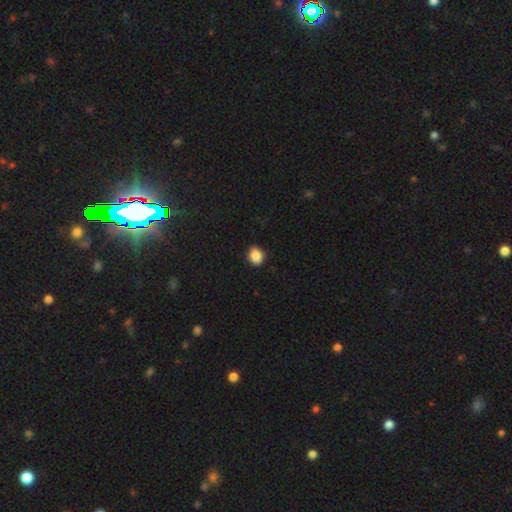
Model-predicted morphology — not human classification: smooth-or-featured: smooth: 87% | star or artifact: 9% | featured or disk: 4%
  how-rounded: round: 52% | in between: 47% | cigar-shaped: 1%
  merging: none: 80% | minor disturbance: 17% | major disturbance: 2% | merger: 1%